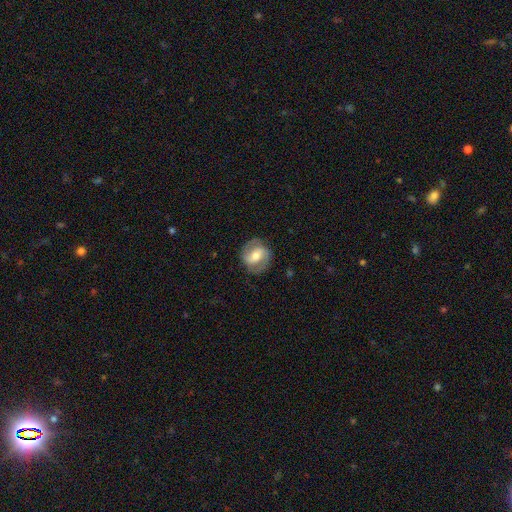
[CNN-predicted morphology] This is likely a featured or disk galaxy (70%). It is clearly not viewed edge-on (97%). Bar: marginally weak (43%). Spiral arm pattern: clearly yes (87%). Spiral arm count: clearly 2 (88%). Spiral winding: possibly medium (48%). Central bulge: likely moderate (65%). Merging: clearly none (82%).